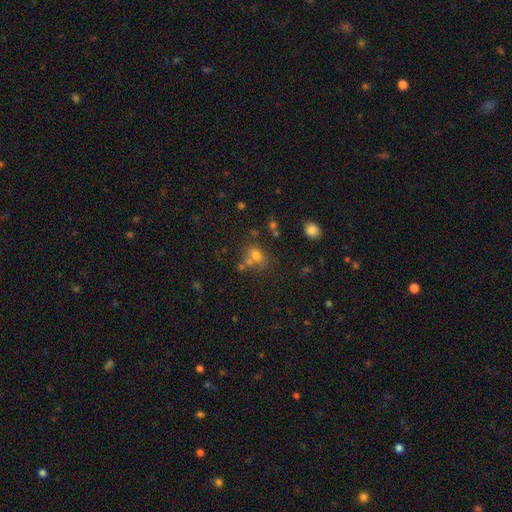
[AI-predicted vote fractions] The model was most divided on "how rounded": round: 59%, in between: 40%, cigar-shaped: 1%. More confident: smooth or featured — smooth (70%); merging — none (54%).